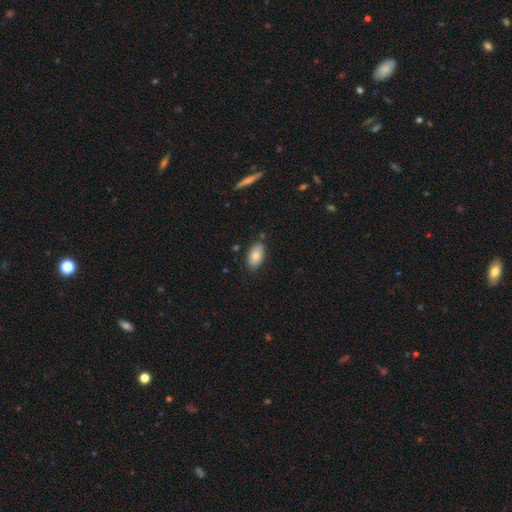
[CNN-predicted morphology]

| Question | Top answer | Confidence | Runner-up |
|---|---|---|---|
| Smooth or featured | smooth | 79% | featured or disk (14%) |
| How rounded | in between | 93% | round (4%) |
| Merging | none | 81% | minor disturbance (14%) |